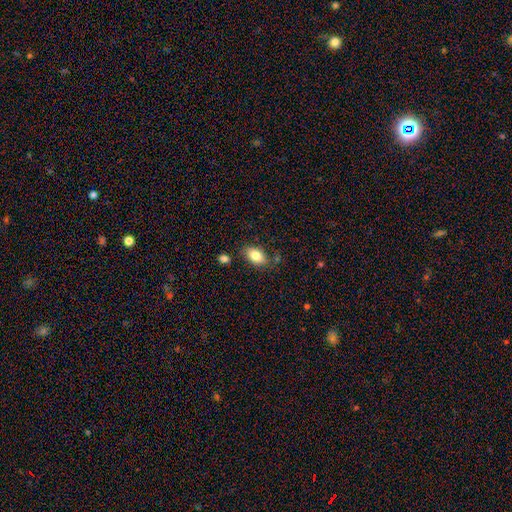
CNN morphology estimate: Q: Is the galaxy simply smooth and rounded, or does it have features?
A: smooth — 83%.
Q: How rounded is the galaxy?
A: in between — 90%.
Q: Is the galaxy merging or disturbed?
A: none — 76%.